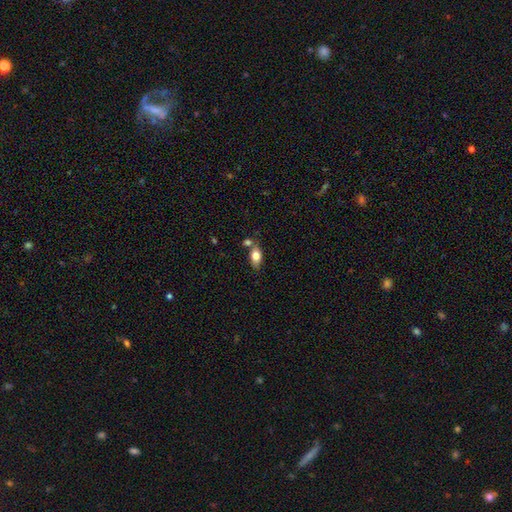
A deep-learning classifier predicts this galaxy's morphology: This appears to be a smooth galaxy with no disk features (76%) that is in between round and cigar-shaped (86%). Merging: none (62%).